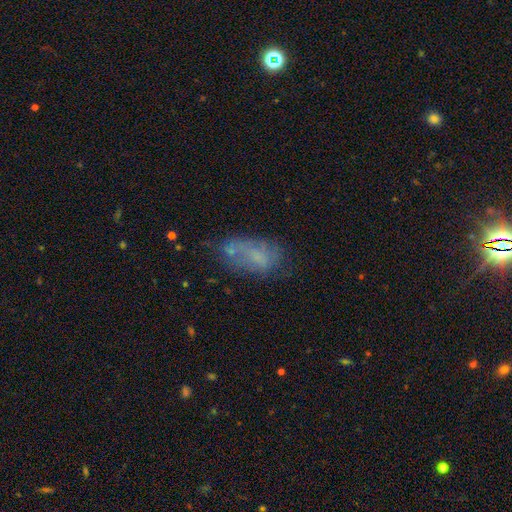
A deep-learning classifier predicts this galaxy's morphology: This is possibly a smooth galaxy (56%). How rounded: clearly in between (90%). Merging: marginally none (45%).